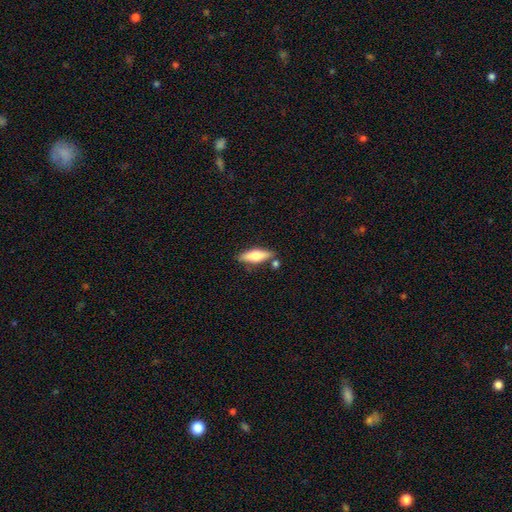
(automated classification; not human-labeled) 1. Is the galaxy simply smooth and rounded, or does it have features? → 60% smooth, 34% featured or disk, 6% star or artifact.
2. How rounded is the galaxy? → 51% in between, 47% cigar-shaped, 2% round.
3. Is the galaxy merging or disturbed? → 75% none, 13% minor disturbance, 8% merger, 3% major disturbance.